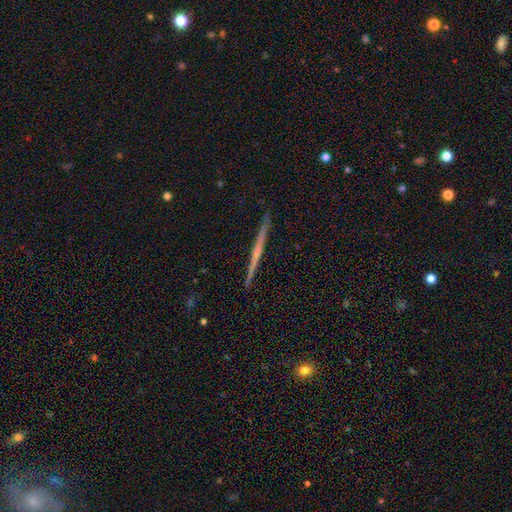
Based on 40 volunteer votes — Overall: featured or disk (82%). Edge-on disk: yes (94%). Edge-on bulge: rounded (74%). Merging: none (95%).